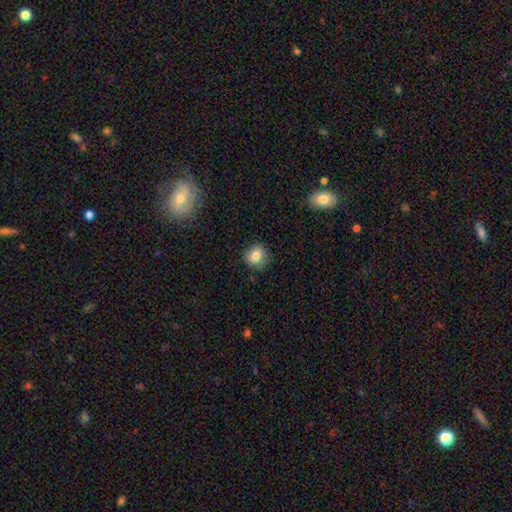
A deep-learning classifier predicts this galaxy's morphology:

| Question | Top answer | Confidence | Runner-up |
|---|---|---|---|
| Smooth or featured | smooth | 82% | star or artifact (10%) |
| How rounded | round | 78% | in between (21%) |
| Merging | none | 83% | minor disturbance (13%) |